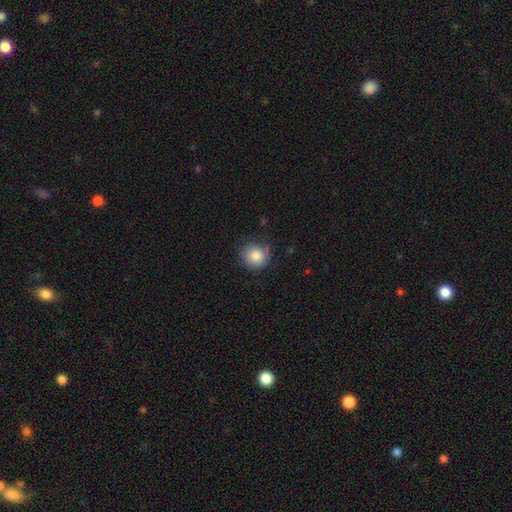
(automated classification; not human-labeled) This appears to be a smooth galaxy with no disk features (85%) that is round (88%). Merging: none (77%).